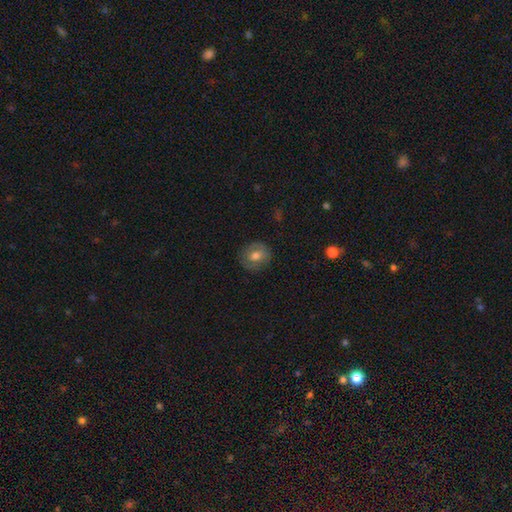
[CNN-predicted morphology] smooth_or_featured: smooth (p=0.64) [alt: featured or disk p=0.28]
how_rounded: round (p=0.80) [alt: in between p=0.19]
merging: none (p=0.82) [alt: minor disturbance p=0.13]